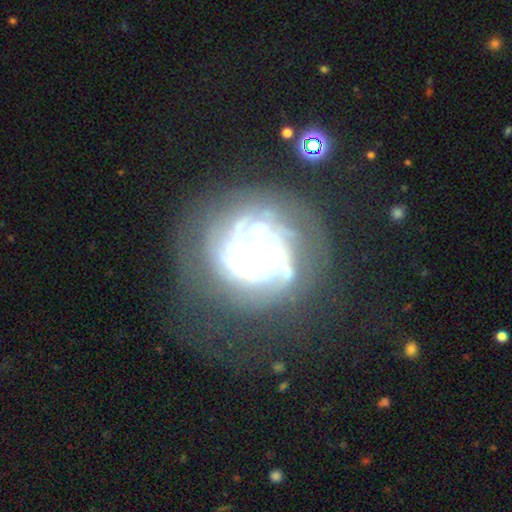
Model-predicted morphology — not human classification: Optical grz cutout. It shows a featured or disk galaxy (78%) with no bar (72%), tight (66%) spiral arms (85%) and a large central bulge (38%). Merging: none (58%).